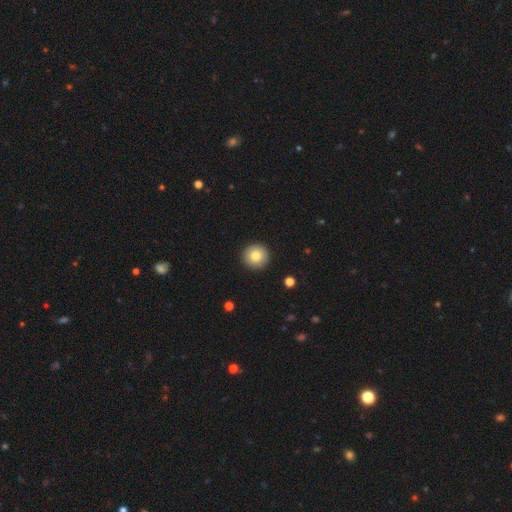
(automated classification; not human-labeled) smooth 84%, star or artifact 8%, featured or disk 8%. Down the decision tree: how rounded — round (96%); merging — none (92%).